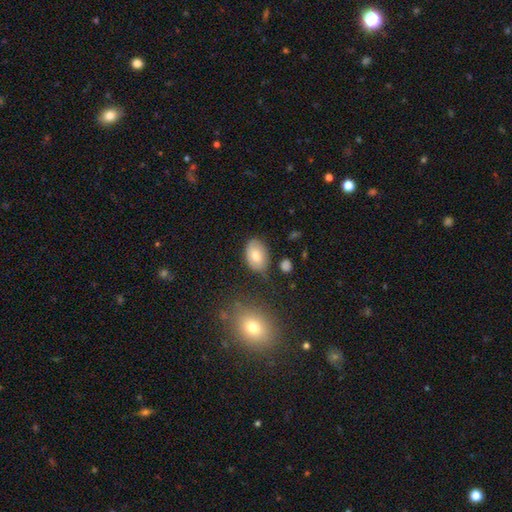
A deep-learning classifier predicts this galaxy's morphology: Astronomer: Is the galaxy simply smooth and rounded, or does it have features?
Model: smooth — 77%.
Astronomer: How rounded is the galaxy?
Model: in between — 87%.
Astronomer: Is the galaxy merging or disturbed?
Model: none — 71%.